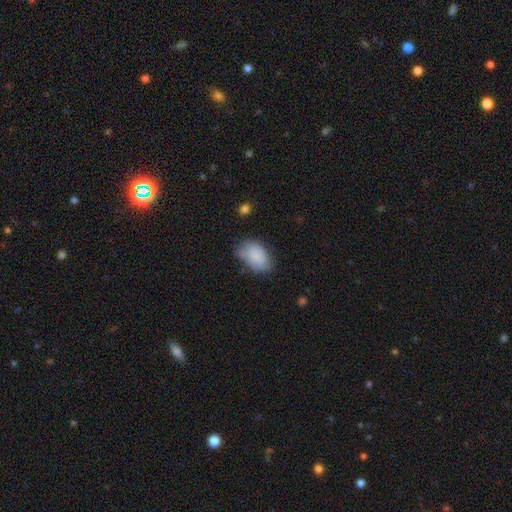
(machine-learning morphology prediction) This is clearly a smooth galaxy (85%). How rounded: clearly in between (90%). Merging: likely none (61%).